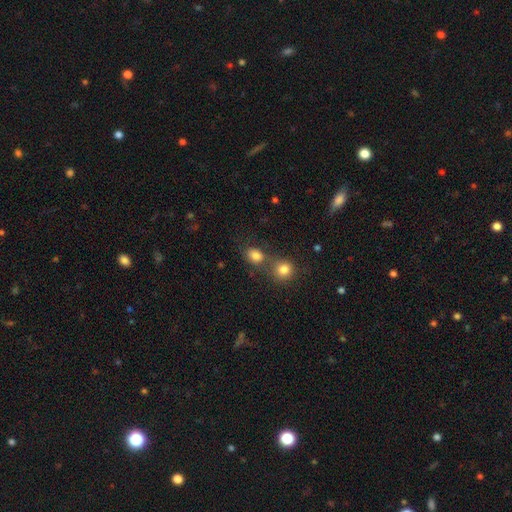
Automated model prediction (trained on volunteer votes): A smooth galaxy with no disk features (81%) that is in between round and cigar-shaped (53%). Merging: none (47%).